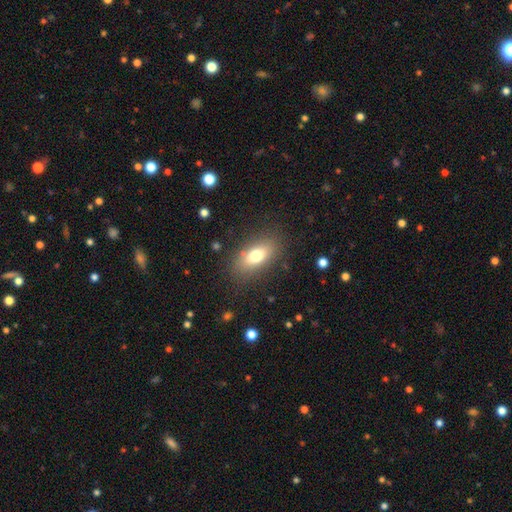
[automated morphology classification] A smooth galaxy with no disk features (73%) that is in between round and cigar-shaped (84%).

Vote fractions:
- Smooth or featured? smooth: 73% / featured or disk: 17% / star or artifact: 9%
- How rounded? in between: 84% / cigar-shaped: 8% / round: 7%
- Merging? none: 82% / minor disturbance: 12% / major disturbance: 5% / merger: 2%